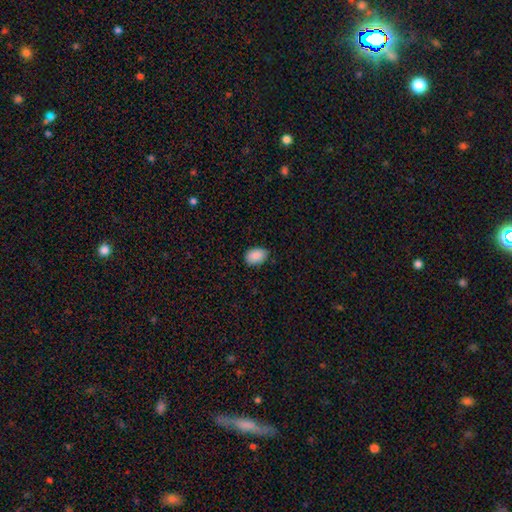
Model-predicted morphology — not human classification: Smooth or featured: smooth — 90% (star or artifact — 7%)
How rounded: in between — 82% (round — 17%)
Merging: none — 83% (minor disturbance — 14%)